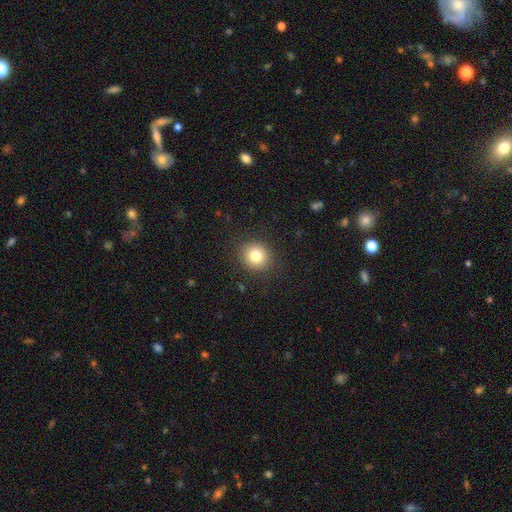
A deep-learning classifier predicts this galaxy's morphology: The model was most divided on "smooth or featured": smooth: 80%, star or artifact: 11%, featured or disk: 9%. More confident: merging — none (89%); how rounded — round (88%).